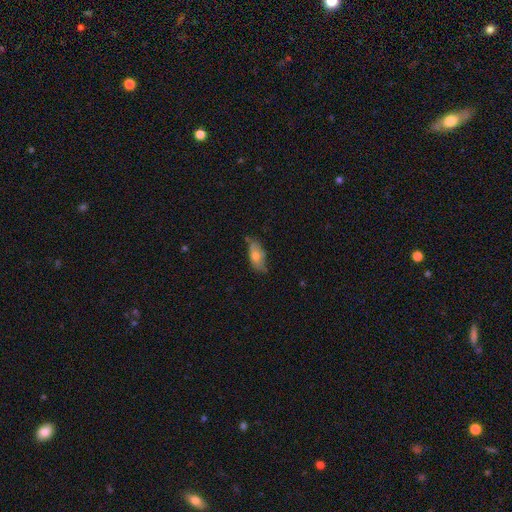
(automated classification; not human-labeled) Smooth or featured?
  - smooth: 62% *
  - featured or disk: 31%
  - star or artifact: 7%
How rounded?
  - in between: 82% *
  - cigar-shaped: 14%
  - round: 3%
Merging?
  - none: 57% *
  - minor disturbance: 31%
  - major disturbance: 8%
  - merger: 4%